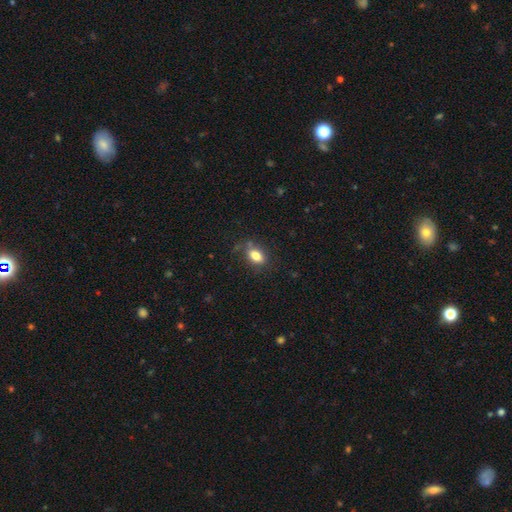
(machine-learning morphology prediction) Smooth or featured?
  - smooth: 82% *
  - star or artifact: 9%
  - featured or disk: 9%
How rounded?
  - in between: 84% *
  - round: 13%
  - cigar-shaped: 3%
Merging?
  - none: 72% *
  - minor disturbance: 18%
  - major disturbance: 5%
  - merger: 5%